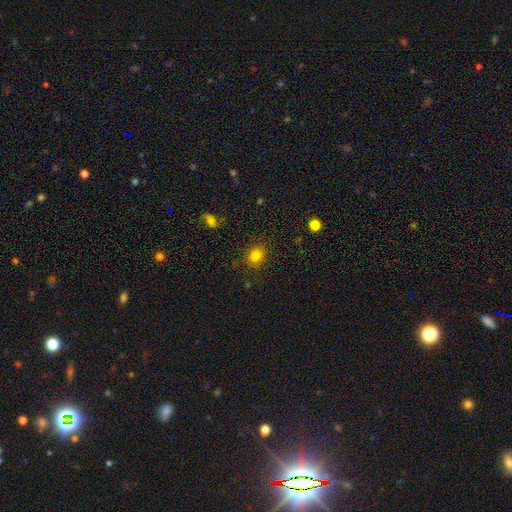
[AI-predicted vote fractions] This appears to be a smooth galaxy with no disk features (82%) that is round (71%). Merging: none (87%).